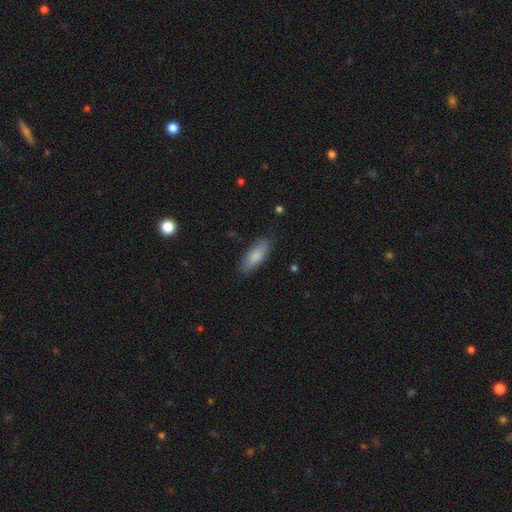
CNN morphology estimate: The model was most divided on "how rounded": in between: 67%, cigar-shaped: 32%, round: 2%. More confident: merging — none (85%); smooth or featured — smooth (83%).